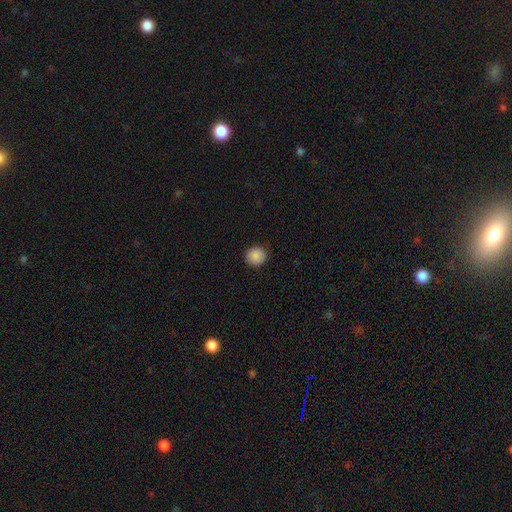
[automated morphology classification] Smooth or featured: smooth — 88% (star or artifact — 9%)
How rounded: round — 90% (in between — 9%)
Merging: none — 92% (minor disturbance — 6%)